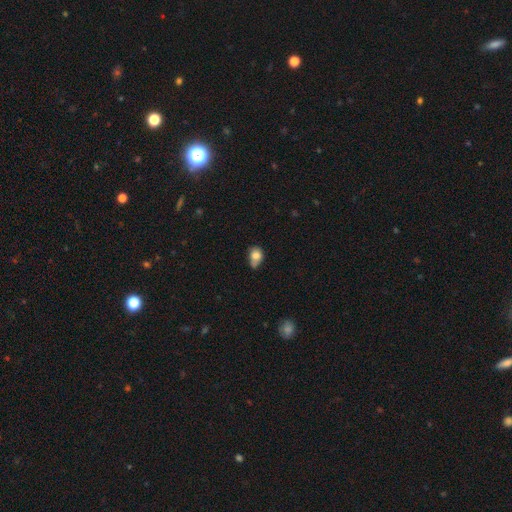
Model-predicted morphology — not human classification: Q: Smooth or featured?
A: smooth (77%); runner-up: featured or disk (13%)
Q: How rounded?
A: in between (63%); runner-up: round (36%)
Q: Merging?
A: minor disturbance (41%); runner-up: none (33%)